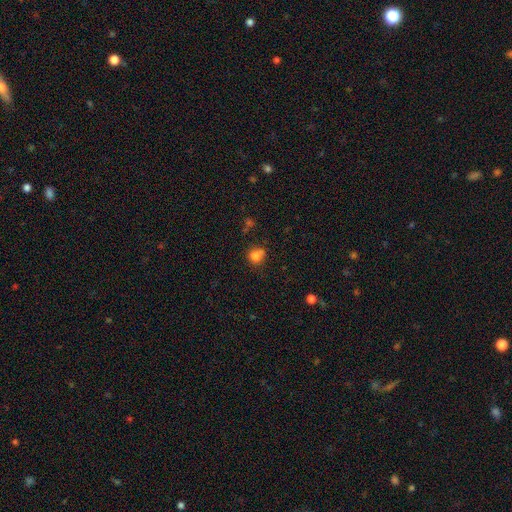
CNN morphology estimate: smooth 80%, star or artifact 12%, featured or disk 8%. Down the decision tree: how rounded — round (78%); merging — none (56%).